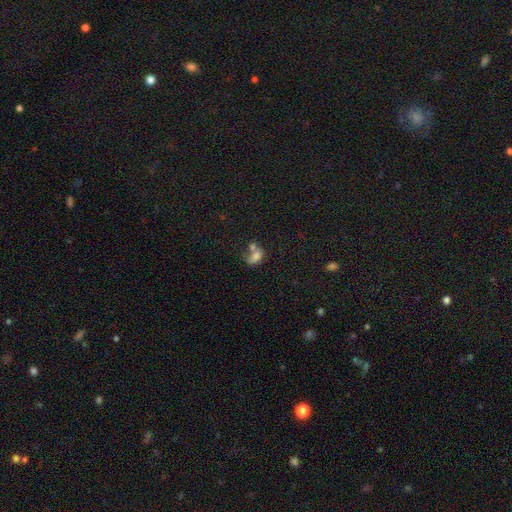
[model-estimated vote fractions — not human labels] smooth_or_featured: smooth (p=0.73) [alt: featured or disk p=0.14]
how_rounded: in between (p=0.81) [alt: round p=0.16]
merging: merger (p=0.49) [alt: none p=0.27]